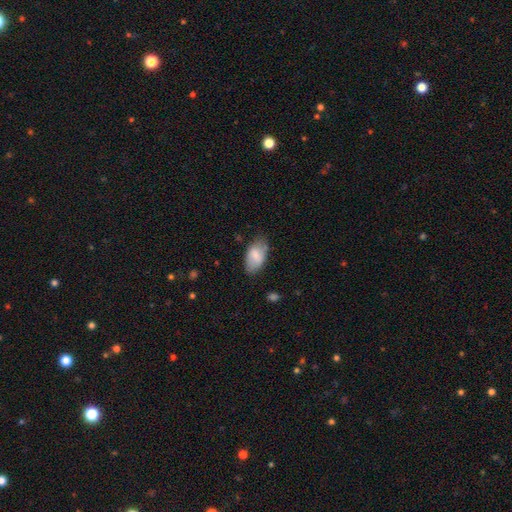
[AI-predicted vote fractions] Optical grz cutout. It shows a smooth galaxy with no disk features (74%) that is in between round and cigar-shaped (94%). Merging: none (70%).